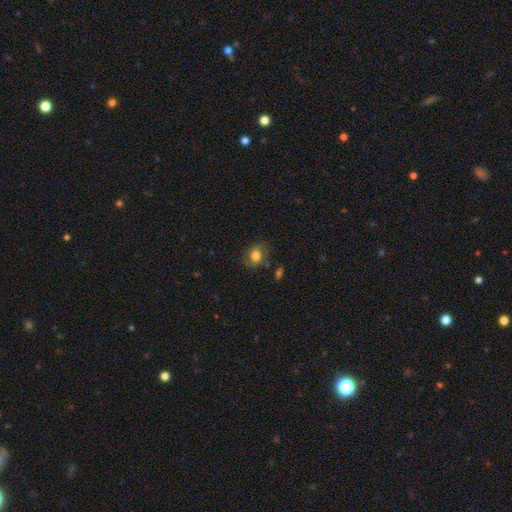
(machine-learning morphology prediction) Q: Smooth or featured?
A: smooth (68%); runner-up: featured or disk (22%)
Q: How rounded?
A: in between (55%); runner-up: round (43%)
Q: Merging?
A: none (68%); runner-up: minor disturbance (21%)